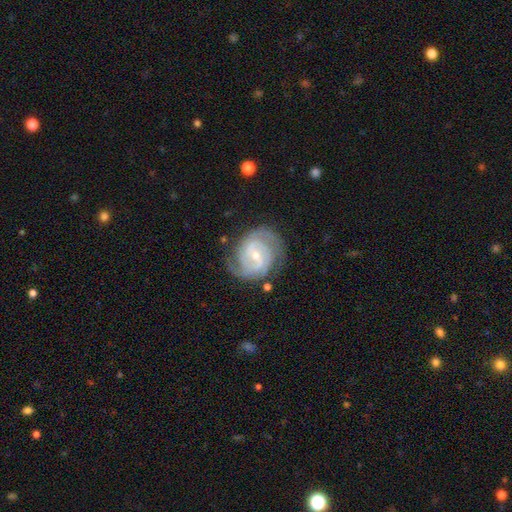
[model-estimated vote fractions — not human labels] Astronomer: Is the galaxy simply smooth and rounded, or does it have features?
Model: featured or disk — 88%.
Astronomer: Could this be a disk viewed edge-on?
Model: no — 98%.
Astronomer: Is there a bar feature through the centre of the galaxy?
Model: weak — 53%.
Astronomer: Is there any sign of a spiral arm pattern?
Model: yes — 97%.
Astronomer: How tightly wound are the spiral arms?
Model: tight — 55% (runner-up: medium, 38%).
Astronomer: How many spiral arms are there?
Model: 2 — 57%.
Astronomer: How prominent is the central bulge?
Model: small — 60% (runner-up: moderate, 37%).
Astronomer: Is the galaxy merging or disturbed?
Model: none — 74%.